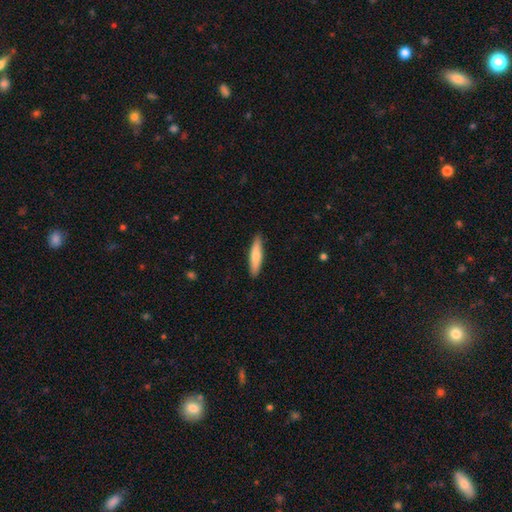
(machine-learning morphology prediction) Overall: smooth (70%). How rounded: cigar-shaped (81%). Merging: none (89%).